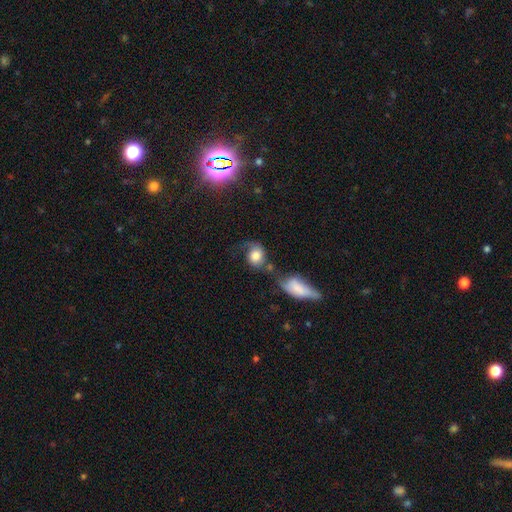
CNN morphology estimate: Q: Smooth or featured?
A: smooth (62%); runner-up: featured or disk (29%)
Q: How rounded?
A: round (56%); runner-up: in between (42%)
Q: Merging?
A: none (30%); tied with: merger (30%)